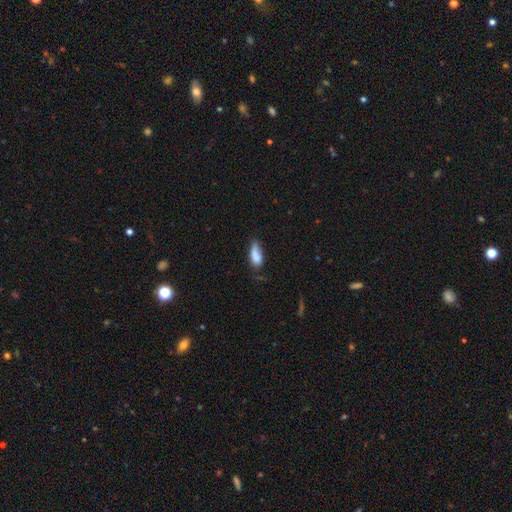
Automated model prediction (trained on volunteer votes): smooth-or-featured: smooth: 75% | featured or disk: 16% | star or artifact: 9%
  how-rounded: in between: 75% | cigar-shaped: 21% | round: 4%
  merging: none: 38% | minor disturbance: 31% | major disturbance: 16% | merger: 14%